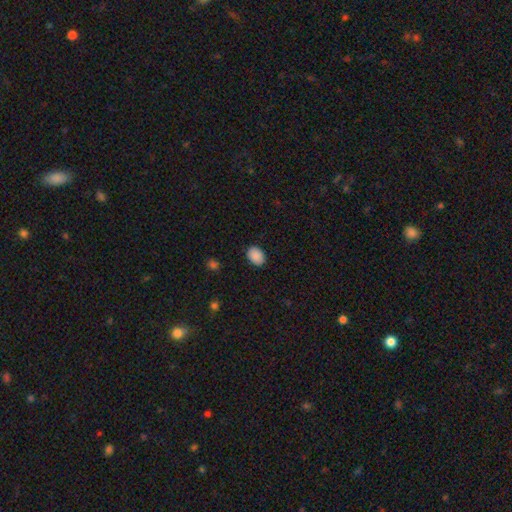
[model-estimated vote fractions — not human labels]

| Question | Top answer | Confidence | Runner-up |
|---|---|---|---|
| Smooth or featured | smooth | 90% | star or artifact (8%) |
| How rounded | in between | 72% | round (27%) |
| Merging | none | 87% | minor disturbance (10%) |